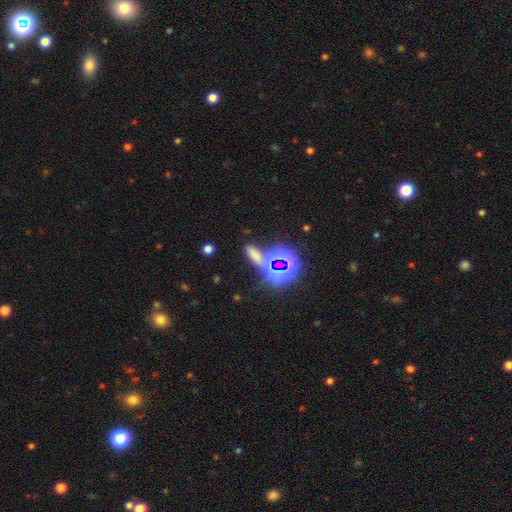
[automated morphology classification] Smooth or featured? smooth (49%)
Merging? none (67%)